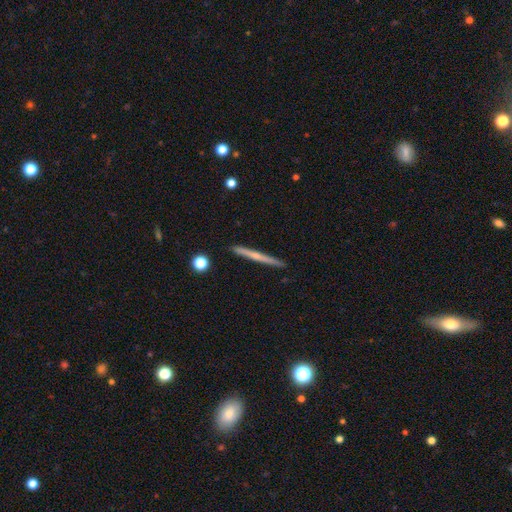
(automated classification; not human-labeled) Smooth or featured: featured or disk — 56% (smooth — 38%)
Edge-on disk: yes — 97% (no — 3%)
Edge-on bulge: none — 52% (rounded — 44%)
Merging: none — 91% (minor disturbance — 7%)